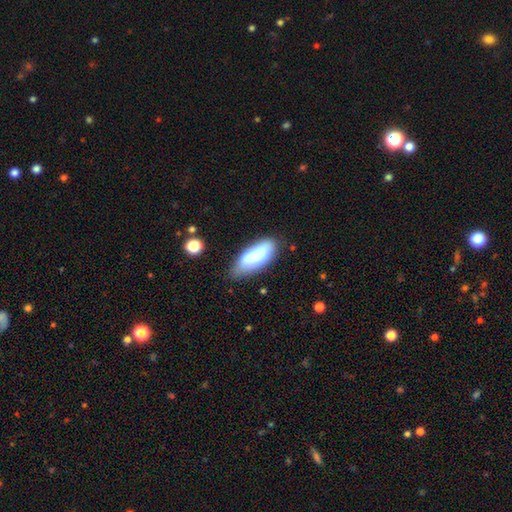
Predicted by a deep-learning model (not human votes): A smooth galaxy with no disk features (80%) that is in between round and cigar-shaped (77%).

Vote fractions:
- Smooth or featured? smooth: 80% / featured or disk: 13% / star or artifact: 7%
- How rounded? in between: 77% / cigar-shaped: 21% / round: 2%
- Merging? none: 64% / minor disturbance: 26% / major disturbance: 7% / merger: 4%